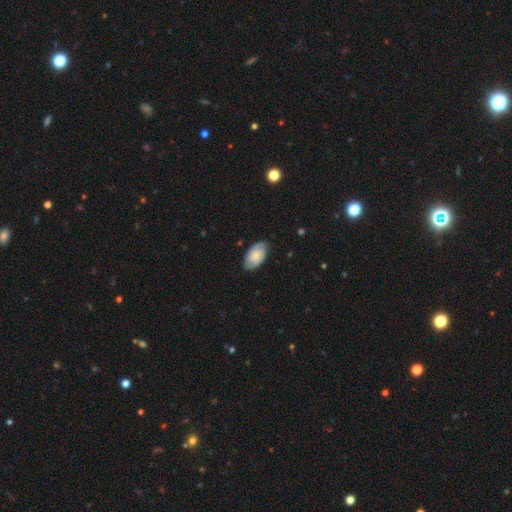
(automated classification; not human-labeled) smooth_or_featured: featured or disk (p=0.50) [alt: smooth p=0.43]
disk_edge_on: no (p=0.94) [alt: yes p=0.06]
merging: none (p=0.80) [alt: minor disturbance p=0.16]